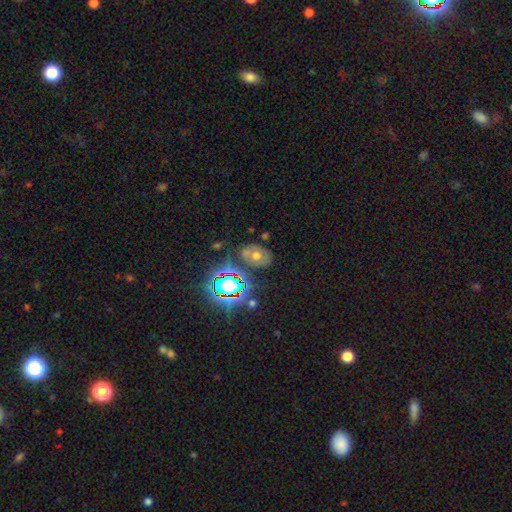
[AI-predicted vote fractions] Overall: star or artifact (39%; smooth 35%).